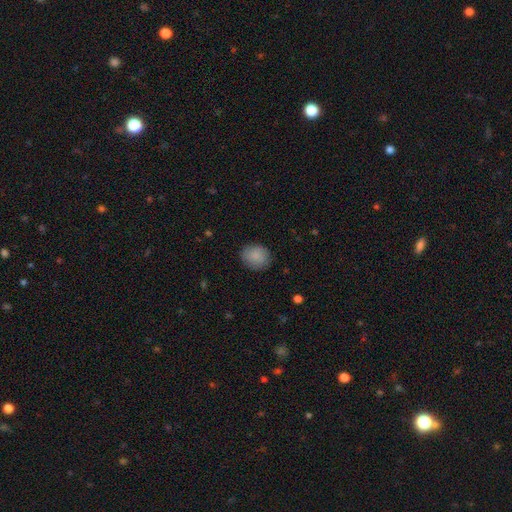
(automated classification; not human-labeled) A smooth galaxy with no disk features (87%) that is round (73%).

Vote fractions:
- Smooth or featured? smooth: 87% / star or artifact: 7% / featured or disk: 6%
- How rounded? round: 73% / in between: 26% / cigar-shaped: 1%
- Merging? none: 86% / minor disturbance: 10% / major disturbance: 3% / merger: 1%